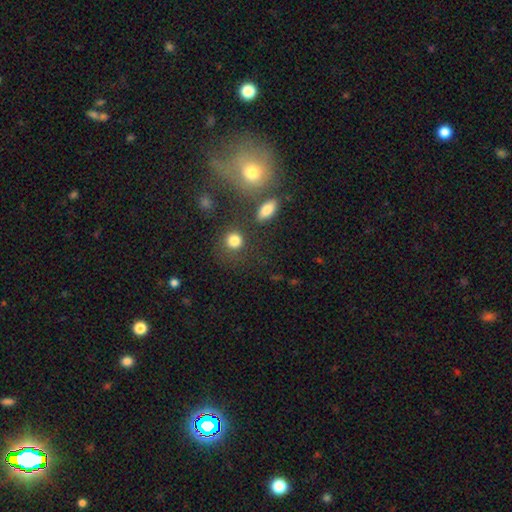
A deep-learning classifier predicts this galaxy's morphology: Smooth or featured: smooth — 51% (star or artifact — 36%)
How rounded: round — 80% (in between — 17%)
Merging: none — 58% (merger — 20%)